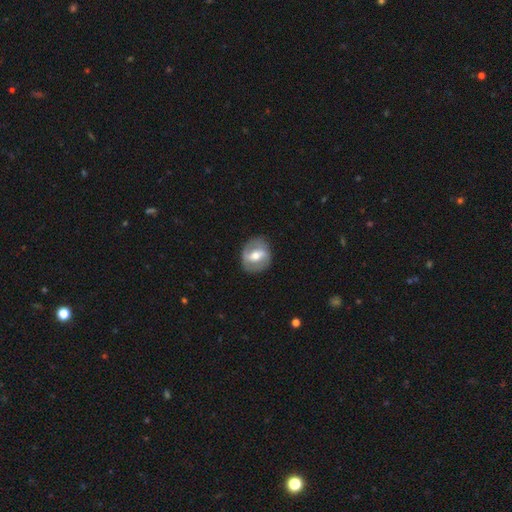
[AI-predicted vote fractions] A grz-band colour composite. It shows a featured or disk galaxy (69%) with a strong bar (47%), spiral arms (65%) and a moderate central bulge (70%). Merging: none (81%).